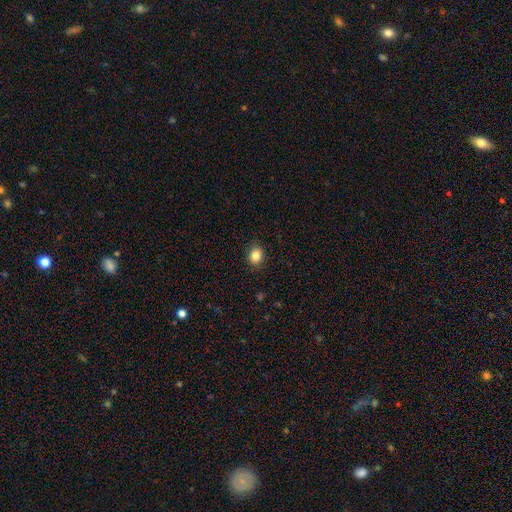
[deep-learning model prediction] Overall: smooth (85%). How rounded: round (59%; in between 40%). Merging: none (89%).